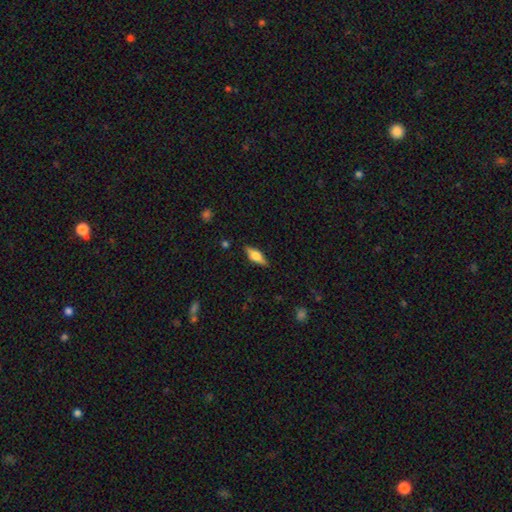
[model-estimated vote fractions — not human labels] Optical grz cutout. It shows a featured or disk galaxy (47%). Merging: none (86%).